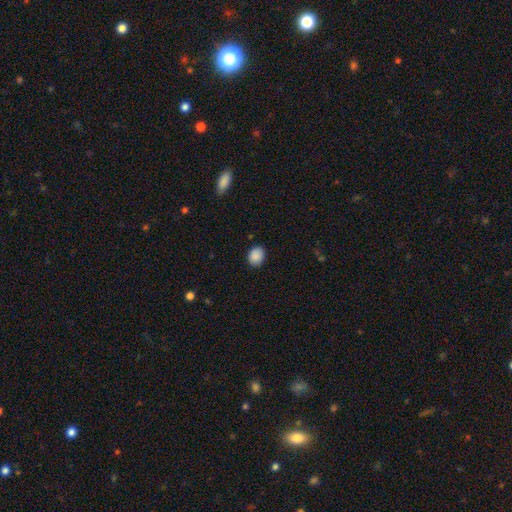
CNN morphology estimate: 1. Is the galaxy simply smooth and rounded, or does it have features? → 89% smooth, 8% star or artifact, 3% featured or disk.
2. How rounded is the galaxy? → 52% in between, 47% round, 1% cigar-shaped.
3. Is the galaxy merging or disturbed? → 86% none, 11% minor disturbance, 2% major disturbance, 1% merger.